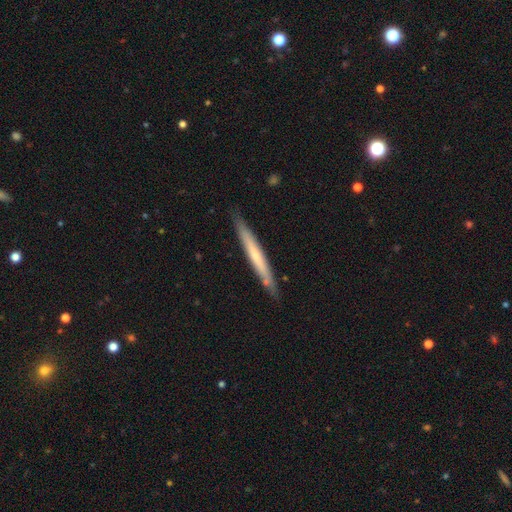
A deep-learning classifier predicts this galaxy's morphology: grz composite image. It shows a smooth galaxy with no disk features (49%). Merging: none (87%).